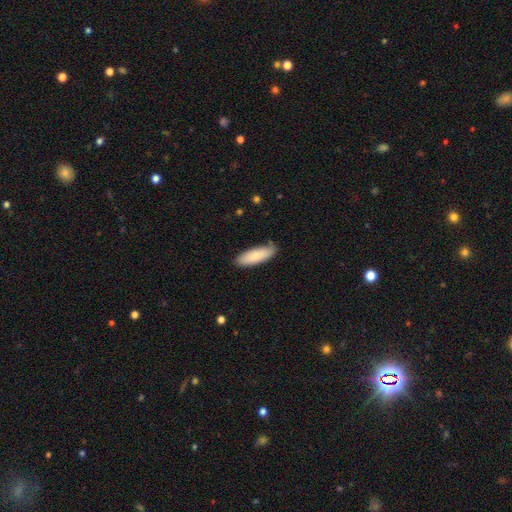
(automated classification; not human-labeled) smooth_or_featured: smooth (p=0.80) [alt: featured or disk p=0.15]
how_rounded: in between (p=0.65) [alt: cigar-shaped p=0.34]
merging: none (p=0.78) [alt: minor disturbance p=0.18]